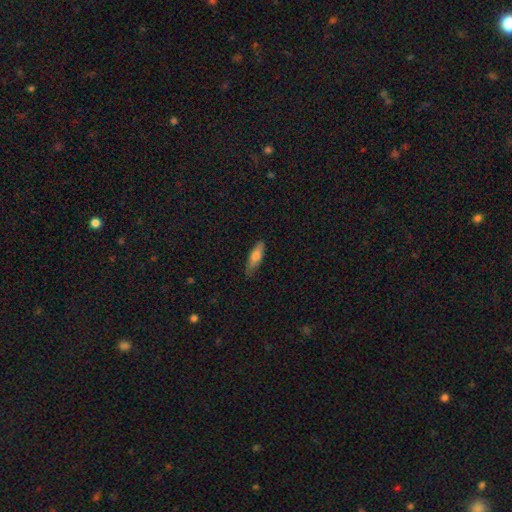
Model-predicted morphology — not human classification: smooth-or-featured: smooth: 69% | featured or disk: 25% | star or artifact: 6%
  how-rounded: cigar-shaped: 61% | in between: 37% | round: 2%
  merging: none: 81% | minor disturbance: 15% | major disturbance: 3% | merger: 1%